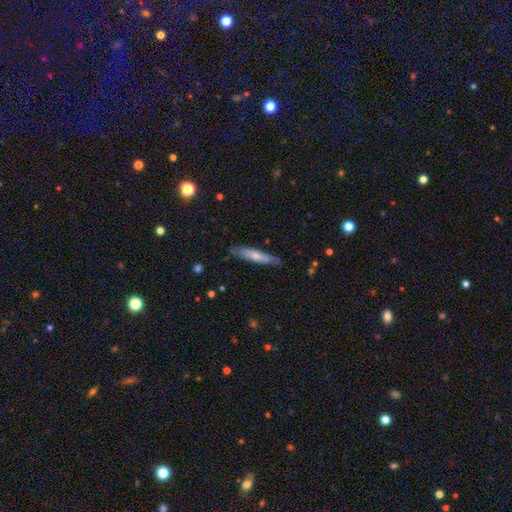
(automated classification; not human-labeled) Smooth or featured? smooth (59%)
How rounded? cigar-shaped (85%)
Merging? none (79%)